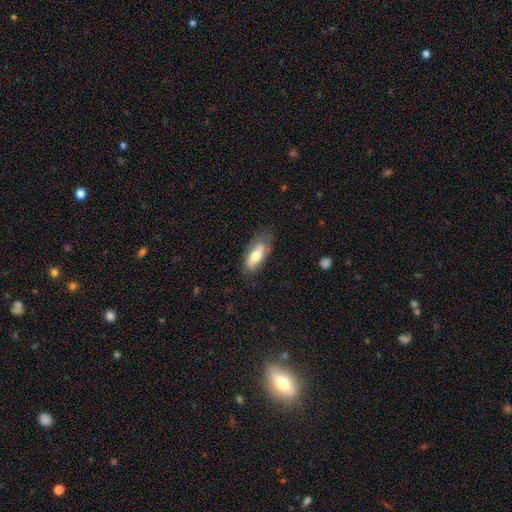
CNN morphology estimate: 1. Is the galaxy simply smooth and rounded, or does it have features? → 67% smooth, 27% featured or disk, 6% star or artifact.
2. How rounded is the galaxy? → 77% in between, 20% cigar-shaped, 2% round.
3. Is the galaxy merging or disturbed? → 70% none, 22% minor disturbance, 7% major disturbance, 2% merger.